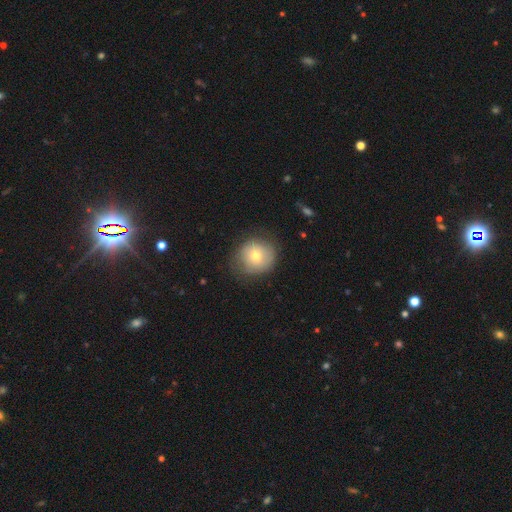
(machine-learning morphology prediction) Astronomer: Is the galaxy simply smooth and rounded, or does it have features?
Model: smooth — 70%.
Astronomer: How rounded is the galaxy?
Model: round — 85%.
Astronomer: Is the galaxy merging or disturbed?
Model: none — 71%.